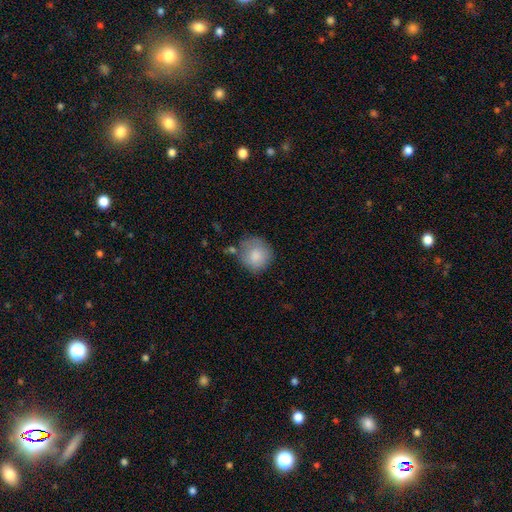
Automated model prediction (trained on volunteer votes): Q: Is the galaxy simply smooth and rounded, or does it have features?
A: smooth — 82%.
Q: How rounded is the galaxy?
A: round — 89%.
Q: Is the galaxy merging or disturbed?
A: none — 63%.